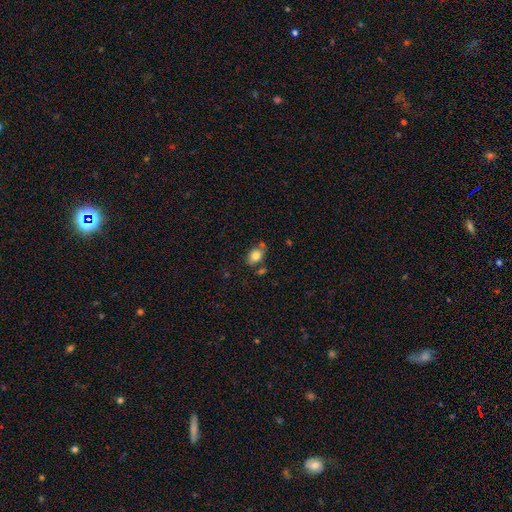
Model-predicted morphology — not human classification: smooth-or-featured: smooth: 81% | featured or disk: 10% | star or artifact: 9%
  how-rounded: in between: 73% | round: 25% | cigar-shaped: 1%
  merging: none: 66% | minor disturbance: 16% | merger: 14% | major disturbance: 4%